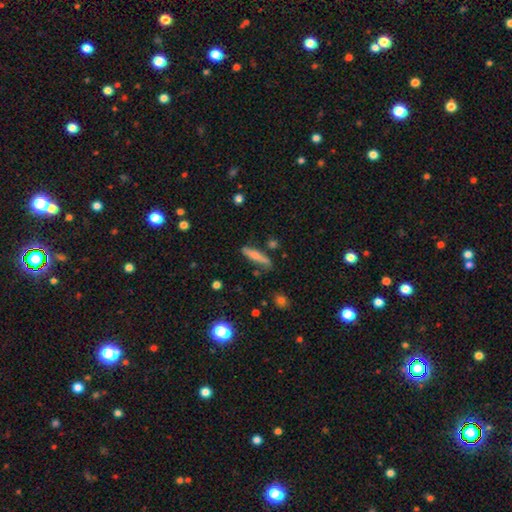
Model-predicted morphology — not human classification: A smooth galaxy with no disk features (61%) that is cigar-shaped (83%).

Vote fractions:
- Smooth or featured? smooth: 61% / featured or disk: 32% / star or artifact: 7%
- How rounded? cigar-shaped: 83% / in between: 15% / round: 2%
- Merging? none: 78% / minor disturbance: 14% / merger: 4% / major disturbance: 3%